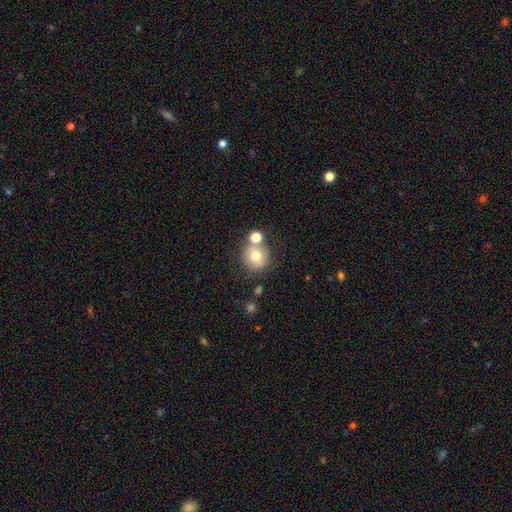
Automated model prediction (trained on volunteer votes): The model was most divided on "merging": none: 61%, merger: 25%, minor disturbance: 10%, major disturbance: 4%. More confident: how rounded — round (90%); smooth or featured — smooth (75%).